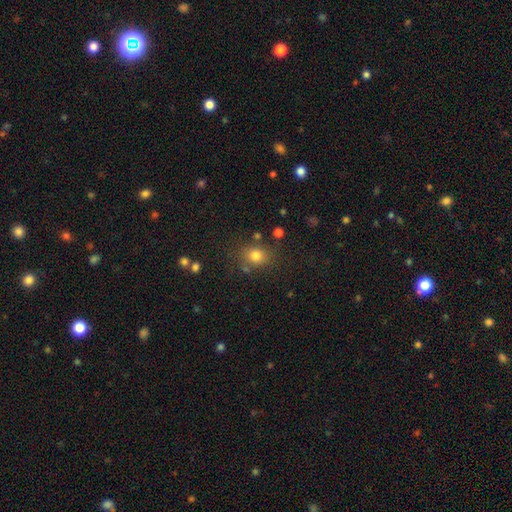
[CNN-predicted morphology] Overall: smooth (78%). How rounded: round (64%; in between 35%). Merging: none (77%).